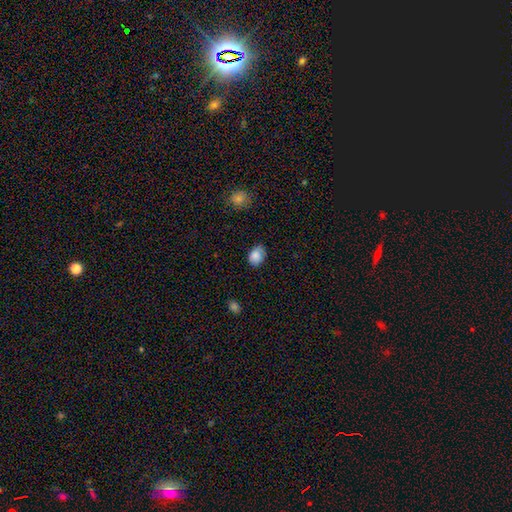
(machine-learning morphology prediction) smooth_or_featured: smooth (p=0.86) [alt: star or artifact p=0.08]
how_rounded: in between (p=0.67) [alt: round p=0.32]
merging: none (p=0.71) [alt: minor disturbance p=0.24]